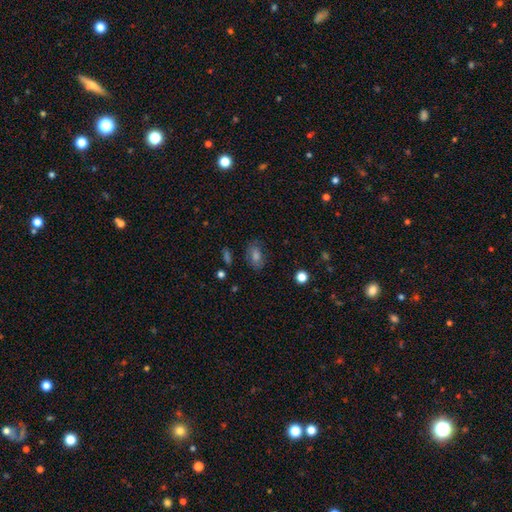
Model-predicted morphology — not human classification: A smooth galaxy with no disk features (56%) that is in between round and cigar-shaped (83%).

Vote fractions:
- Smooth or featured? smooth: 56% / featured or disk: 23% / star or artifact: 21%
- How rounded? in between: 83% / round: 14% / cigar-shaped: 3%
- Merging? none: 78% / minor disturbance: 15% / major disturbance: 5% / merger: 2%